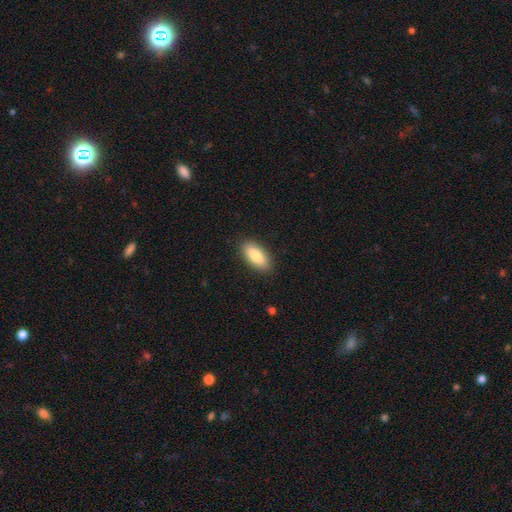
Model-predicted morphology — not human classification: smooth-or-featured: smooth: 83% | featured or disk: 11% | star or artifact: 6%
  how-rounded: in between: 88% | cigar-shaped: 10% | round: 2%
  merging: none: 89% | minor disturbance: 8% | major disturbance: 2% | merger: 1%